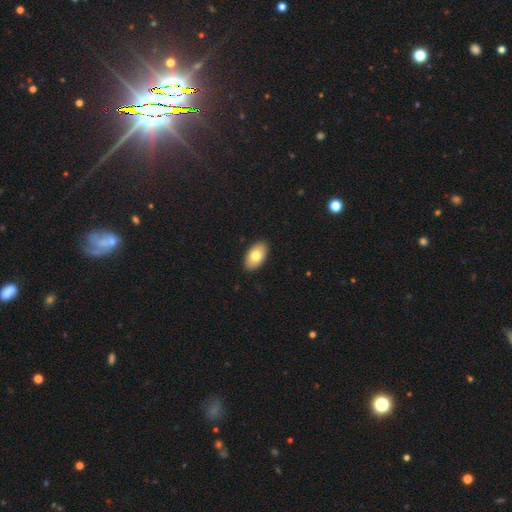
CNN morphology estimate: The model was most divided on "smooth or featured": smooth: 78%, featured or disk: 15%, star or artifact: 7%. More confident: how rounded — in between (94%); merging — none (89%).